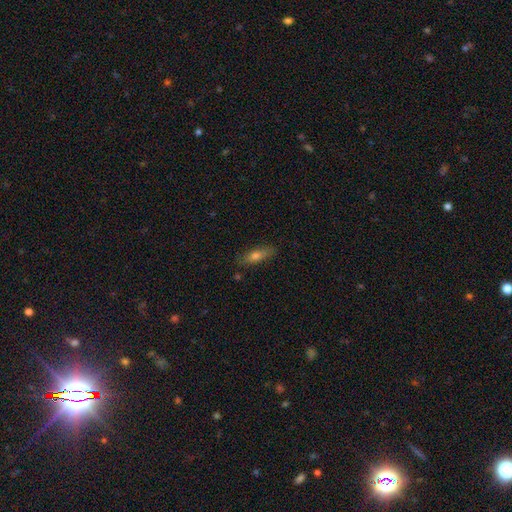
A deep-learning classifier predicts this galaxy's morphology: Overall: smooth (61%; featured or disk 30%). How rounded: in between (49%; cigar-shaped 48%). Merging: none (83%).